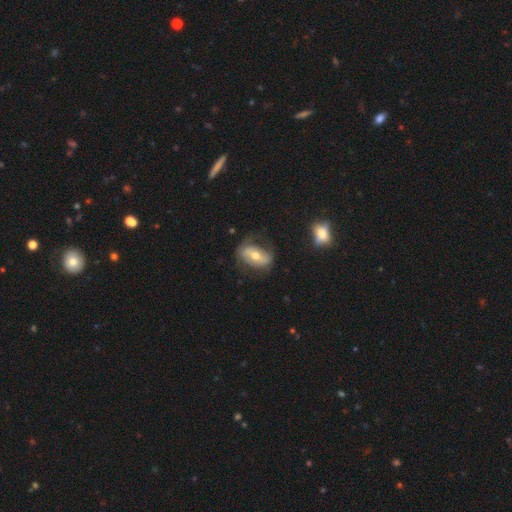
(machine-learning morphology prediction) The model was most divided on "bar": strong: 41%, weak: 31%, no: 28%. More confident: edge-on disk — no (91%); bulge size — moderate (69%); merging — none (61%); spiral arms — yes (60%); smooth or featured — featured or disk (56%).